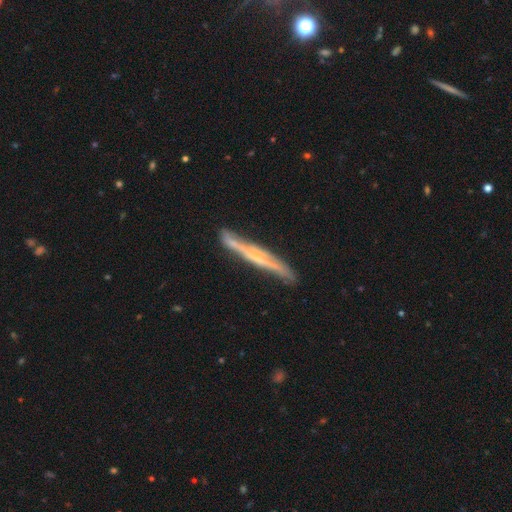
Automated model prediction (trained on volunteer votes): Overall: featured or disk (71%). Edge-on disk: yes (91%). Edge-on bulge: rounded (45%; none 44%). Merging: none (77%).